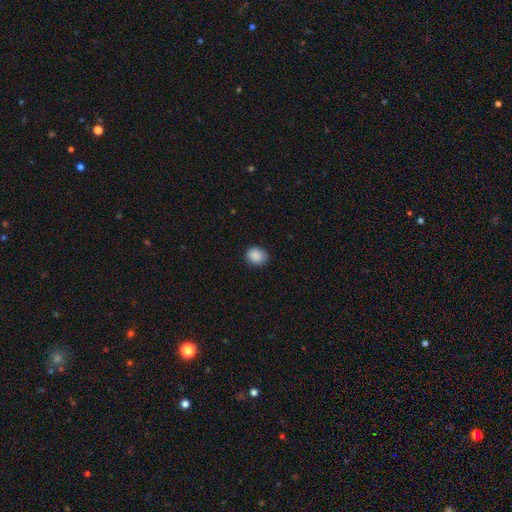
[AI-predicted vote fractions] Smooth or featured?
  - smooth: 89% *
  - star or artifact: 8%
  - featured or disk: 3%
How rounded?
  - round: 51% *
  - in between: 48%
  - cigar-shaped: 1%
Merging?
  - none: 82% *
  - minor disturbance: 14%
  - major disturbance: 3%
  - merger: 1%